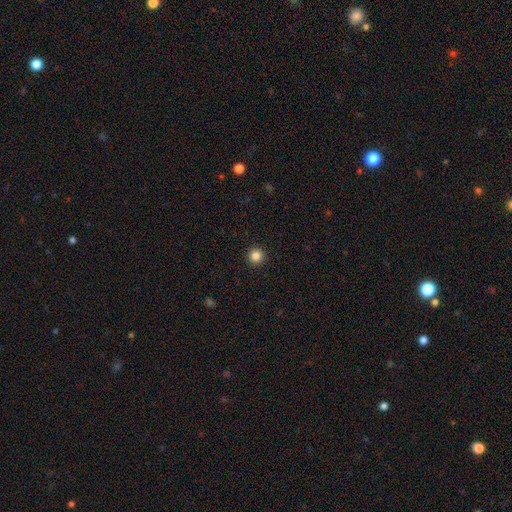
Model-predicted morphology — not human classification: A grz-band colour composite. It shows a smooth galaxy with no disk features (85%) that is round (96%). Merging: none (94%).